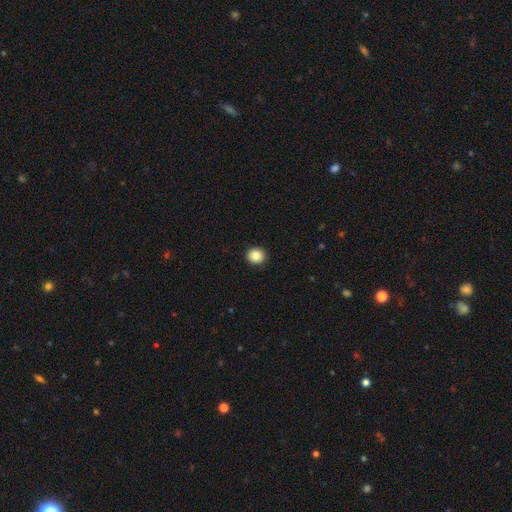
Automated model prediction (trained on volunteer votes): smooth 86%, star or artifact 9%, featured or disk 5%. Down the decision tree: how rounded — round (87%); merging — none (92%).